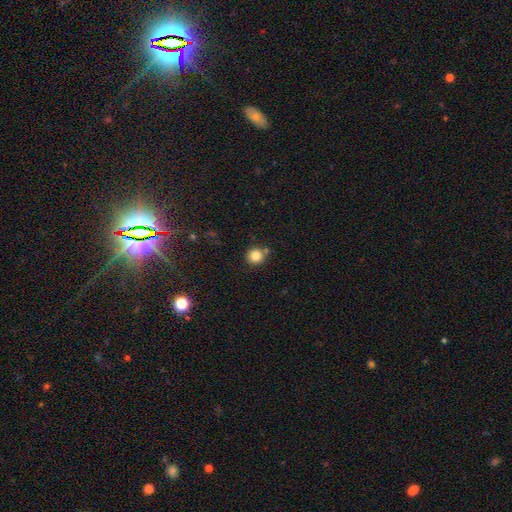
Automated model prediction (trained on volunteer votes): smooth-or-featured: smooth: 83% | star or artifact: 11% | featured or disk: 5%
  how-rounded: round: 92% | in between: 7% | cigar-shaped: 1%
  merging: none: 76% | merger: 11% | minor disturbance: 10% | major disturbance: 3%